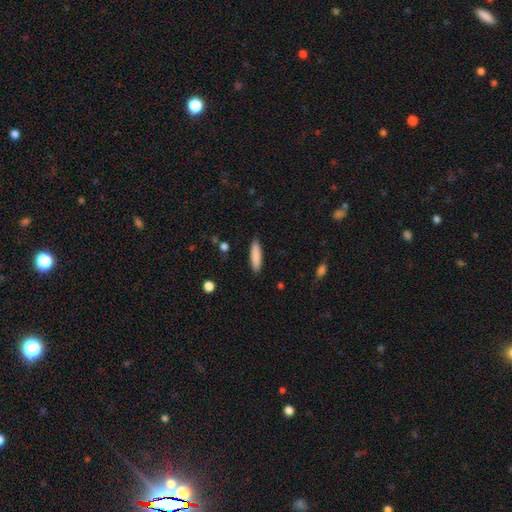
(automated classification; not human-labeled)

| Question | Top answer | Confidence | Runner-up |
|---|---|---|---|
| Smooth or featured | smooth | 87% | featured or disk (7%) |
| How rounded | cigar-shaped | 70% | in between (29%) |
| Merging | none | 88% | minor disturbance (9%) |